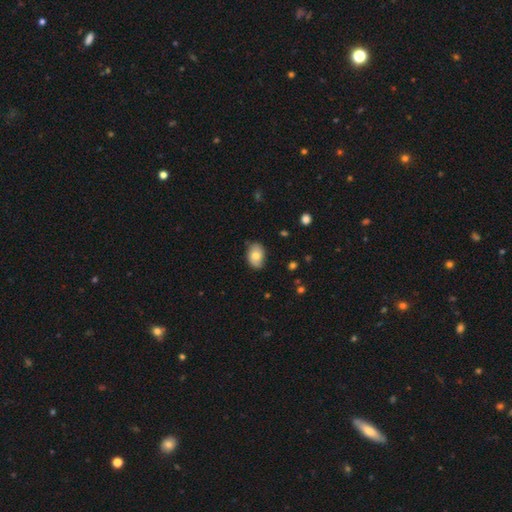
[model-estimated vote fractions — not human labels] Overall: smooth (73%). How rounded: in between (82%). Merging: none (78%).